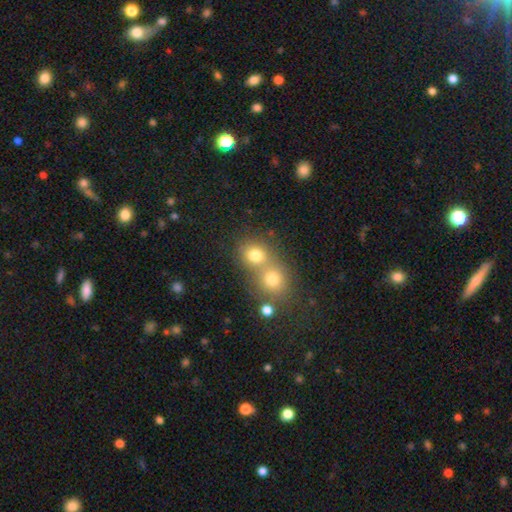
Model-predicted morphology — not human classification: smooth-or-featured: smooth: 75% | star or artifact: 15% | featured or disk: 10%
  how-rounded: round: 76% | in between: 23% | cigar-shaped: 1%
  merging: merger: 52% | none: 39% | minor disturbance: 6% | major disturbance: 3%